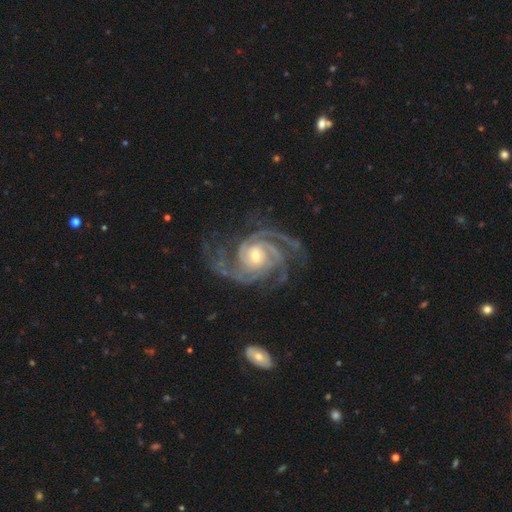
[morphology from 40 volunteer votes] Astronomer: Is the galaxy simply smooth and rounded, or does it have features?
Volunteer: featured or disk — 92%.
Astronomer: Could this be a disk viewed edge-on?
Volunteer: no — 100%.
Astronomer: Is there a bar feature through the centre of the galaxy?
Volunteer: no — 65%.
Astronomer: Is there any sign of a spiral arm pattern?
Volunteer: yes — 100%.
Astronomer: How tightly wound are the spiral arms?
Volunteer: tight — 57% (runner-up: medium, 35%).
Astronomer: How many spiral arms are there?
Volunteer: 3 — 81%.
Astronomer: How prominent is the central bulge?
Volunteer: moderate — 51% (runner-up: small, 43%).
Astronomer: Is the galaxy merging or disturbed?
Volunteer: none — 57%.